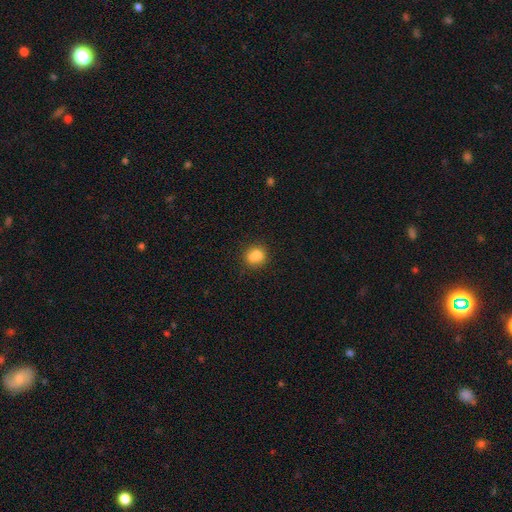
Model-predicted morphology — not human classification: smooth_or_featured: smooth (p=0.73) [alt: featured or disk p=0.17]
how_rounded: round (p=0.78) [alt: in between p=0.21]
merging: merger (p=0.46) [alt: none p=0.41]